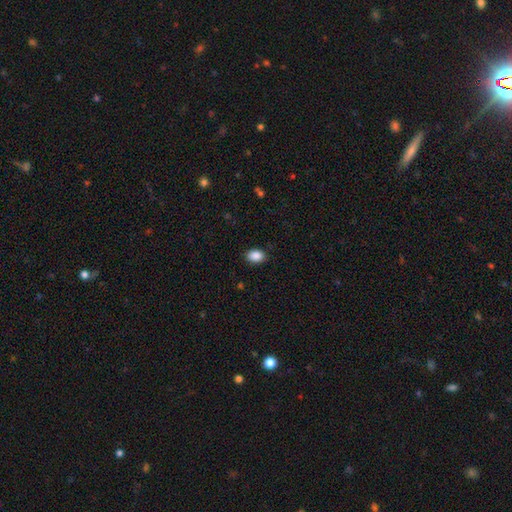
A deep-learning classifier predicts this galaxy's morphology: This appears to be a smooth galaxy with no disk features (89%) that is in between round and cigar-shaped (76%). Merging: none (88%).